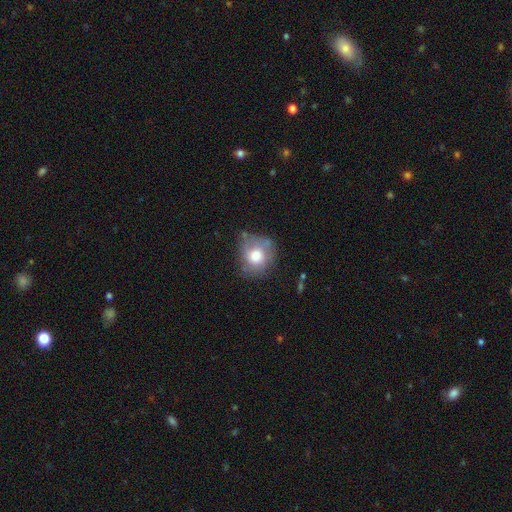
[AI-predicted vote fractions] smooth_or_featured: smooth (p=0.67) [alt: featured or disk p=0.24]
how_rounded: round (p=0.77) [alt: in between p=0.22]
merging: none (p=0.59) [alt: minor disturbance p=0.26]